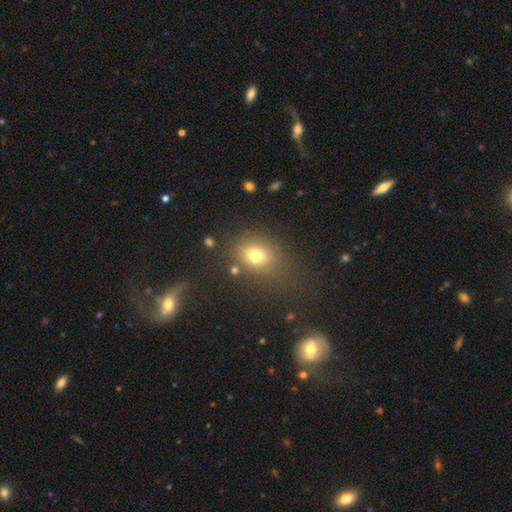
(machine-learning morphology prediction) Overall: smooth (75%). How rounded: in between (51%; round 48%). Merging: none (70%).